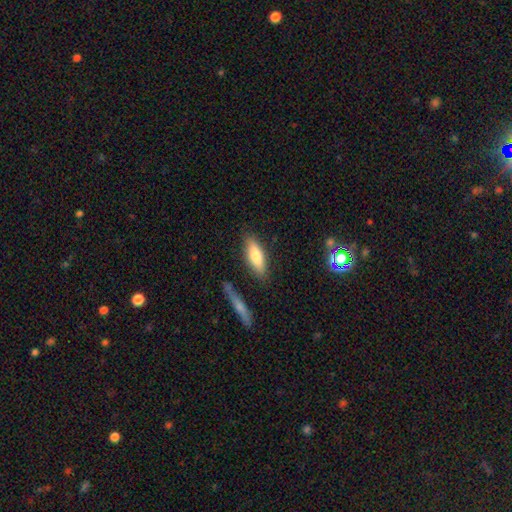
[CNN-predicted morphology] smooth_or_featured: smooth (p=0.76) [alt: featured or disk p=0.18]
how_rounded: in between (p=0.54) [alt: cigar-shaped p=0.44]
merging: none (p=0.81) [alt: minor disturbance p=0.12]